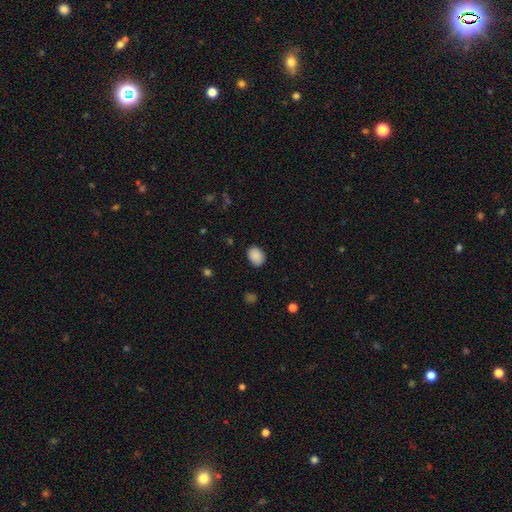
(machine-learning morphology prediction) Smooth or featured? smooth (89%)
How rounded? in between (64%)
Merging? none (85%)